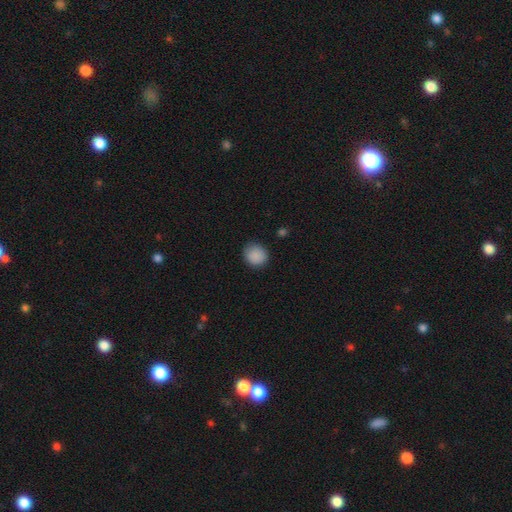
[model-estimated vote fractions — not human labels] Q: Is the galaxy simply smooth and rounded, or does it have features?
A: smooth — 89%.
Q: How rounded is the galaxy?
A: round — 81%.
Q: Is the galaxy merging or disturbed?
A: none — 86%.